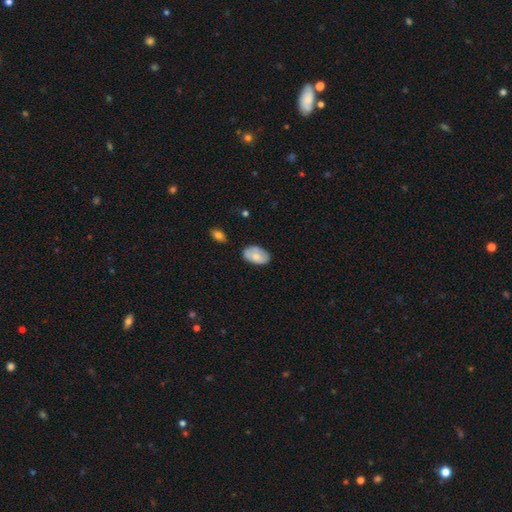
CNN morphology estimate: This appears to be a smooth galaxy with no disk features (75%) that is in between round and cigar-shaped (93%). Merging: none (73%).